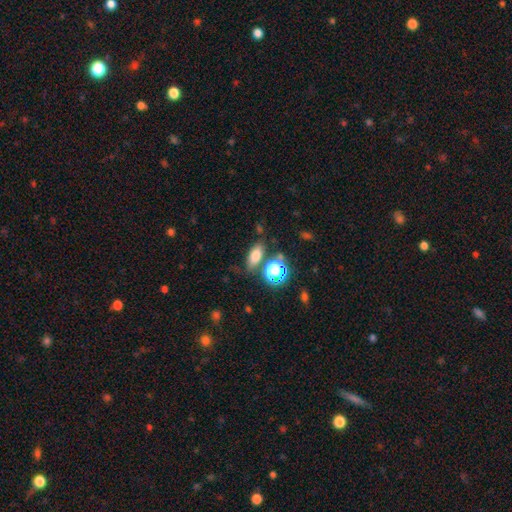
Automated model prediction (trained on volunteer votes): Smooth or featured? smooth (73%)
How rounded? in between (73%)
Merging? none (71%)